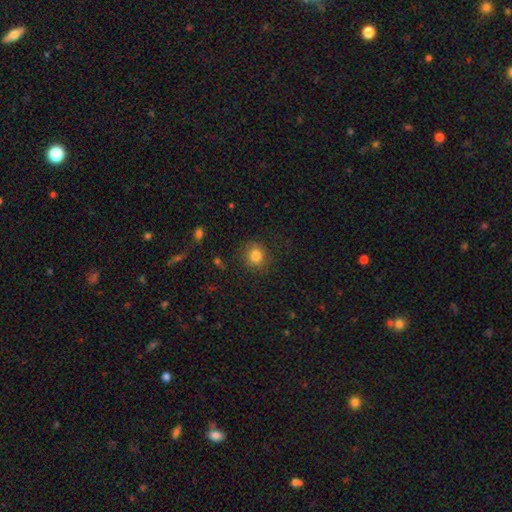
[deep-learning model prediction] Smooth or featured: smooth — 82% (star or artifact — 10%)
How rounded: round — 82% (in between — 17%)
Merging: none — 81% (minor disturbance — 13%)